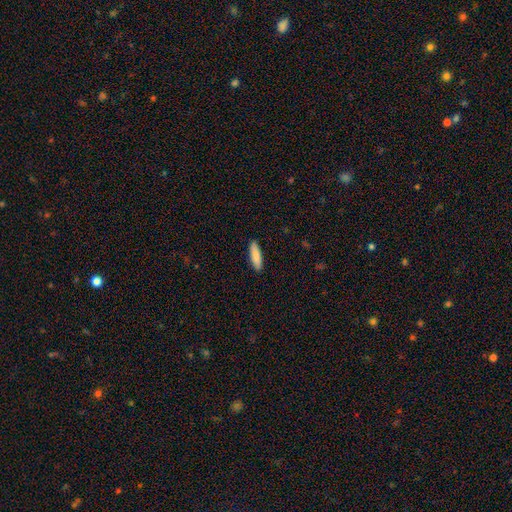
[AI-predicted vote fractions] Morphology: type=smooth (88%); roundness=cigar-shaped (62%); merging=none (90%).